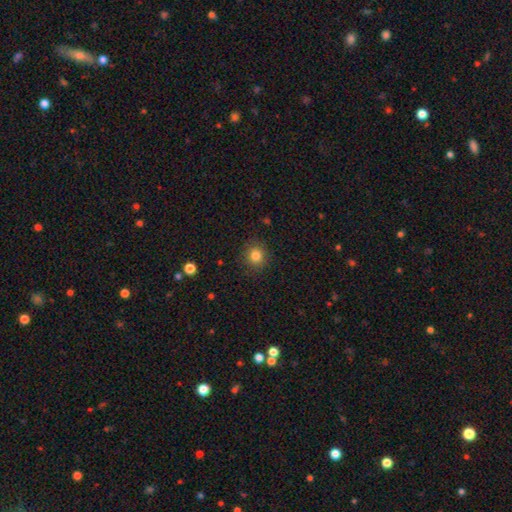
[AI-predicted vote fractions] Smooth or featured? Predicted: smooth (p=0.83). How rounded? Predicted: round (p=0.89). Merging? Predicted: none (p=0.88).